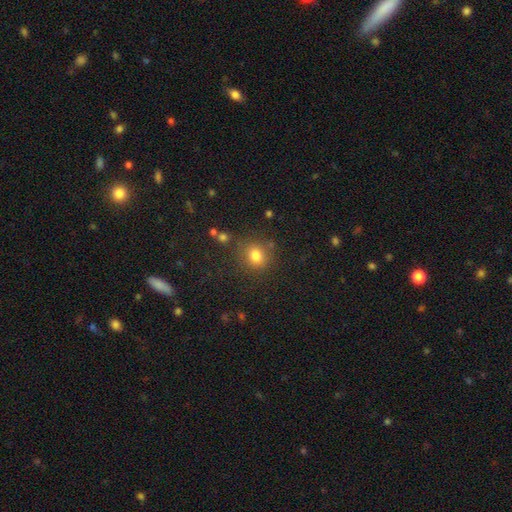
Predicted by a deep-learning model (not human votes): Q: Smooth or featured?
A: smooth (80%); runner-up: star or artifact (14%)
Q: How rounded?
A: round (81%); runner-up: in between (18%)
Q: Merging?
A: none (79%); runner-up: minor disturbance (11%)